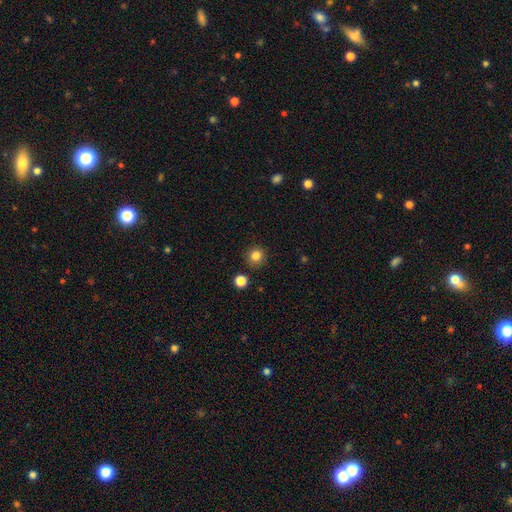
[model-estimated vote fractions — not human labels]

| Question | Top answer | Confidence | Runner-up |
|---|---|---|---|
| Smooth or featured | smooth | 83% | star or artifact (12%) |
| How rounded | round | 92% | in between (7%) |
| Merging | none | 88% | minor disturbance (7%) |